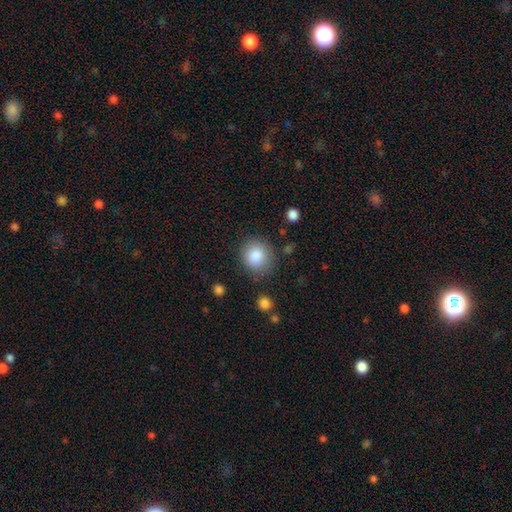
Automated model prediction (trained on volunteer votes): Q: Smooth or featured?
A: smooth (85%); runner-up: star or artifact (8%)
Q: How rounded?
A: round (85%); runner-up: in between (14%)
Q: Merging?
A: none (81%); runner-up: minor disturbance (12%)